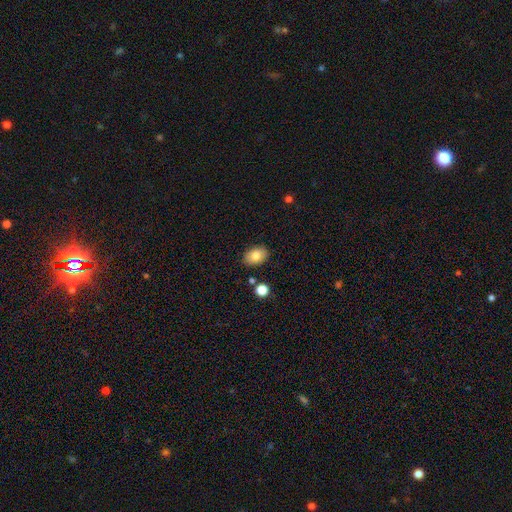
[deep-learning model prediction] A smooth galaxy with no disk features (82%) that is in between round and cigar-shaped (81%).

Vote fractions:
- Smooth or featured? smooth: 82% / featured or disk: 9% / star or artifact: 8%
- How rounded? in between: 81% / round: 17% / cigar-shaped: 1%
- Merging? none: 86% / minor disturbance: 9% / merger: 3% / major disturbance: 2%